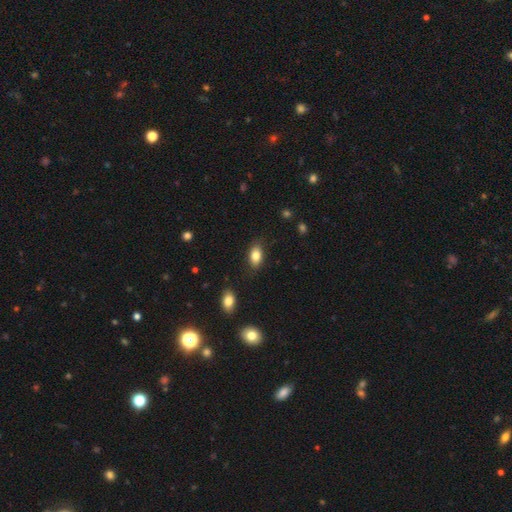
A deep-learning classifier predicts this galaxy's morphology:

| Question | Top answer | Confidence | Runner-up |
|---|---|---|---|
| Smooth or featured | smooth | 82% | featured or disk (10%) |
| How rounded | in between | 90% | round (7%) |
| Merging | none | 85% | minor disturbance (11%) |